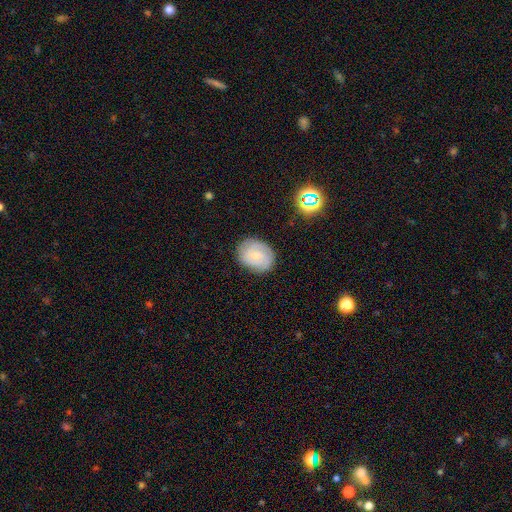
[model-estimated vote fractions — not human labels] This appears to be a featured or disk galaxy (62%) with no bar (51%), 2 (51%) tight (59%) spiral arms (90%) and a small central bulge (64%). Merging: none (80%).